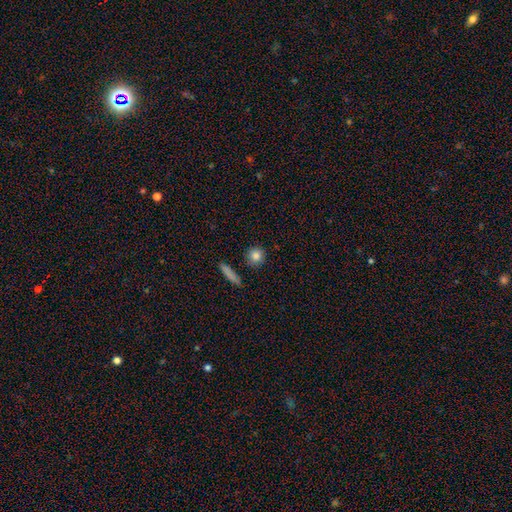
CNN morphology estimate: type=smooth (83%); roundness=round (90%); merging=none (87%).